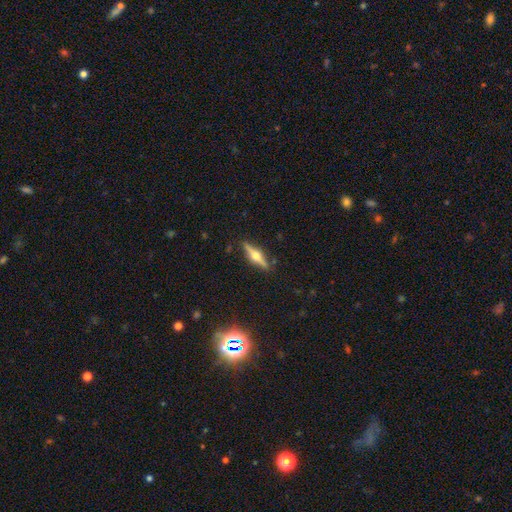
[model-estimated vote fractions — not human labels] featured or disk 68%, smooth 25%, star or artifact 6%. Down the decision tree: edge-on disk — yes (96%); edge-on bulge — rounded (95%); merging — none (88%).